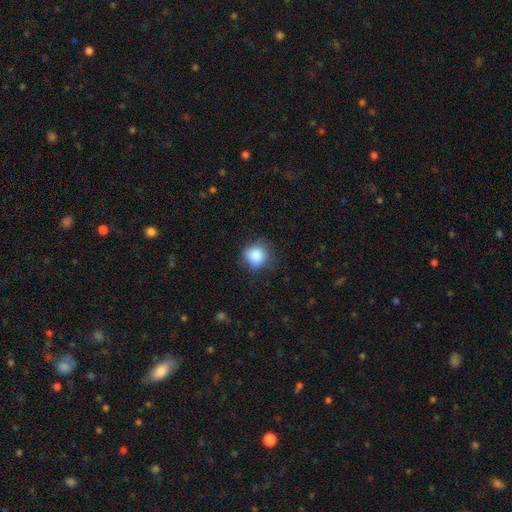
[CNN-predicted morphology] Smooth or featured? Predicted: smooth (p=0.86). How rounded? Predicted: round (p=0.84). Merging? Predicted: none (p=0.73).